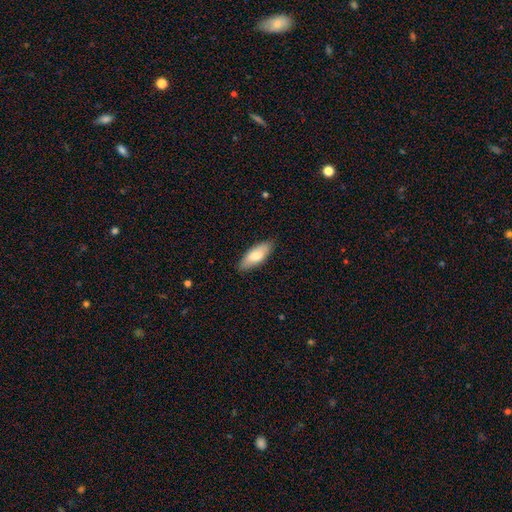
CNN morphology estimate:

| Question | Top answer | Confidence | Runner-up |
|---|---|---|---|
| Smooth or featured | smooth | 75% | featured or disk (19%) |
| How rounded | in between | 76% | cigar-shaped (22%) |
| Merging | none | 87% | minor disturbance (11%) |